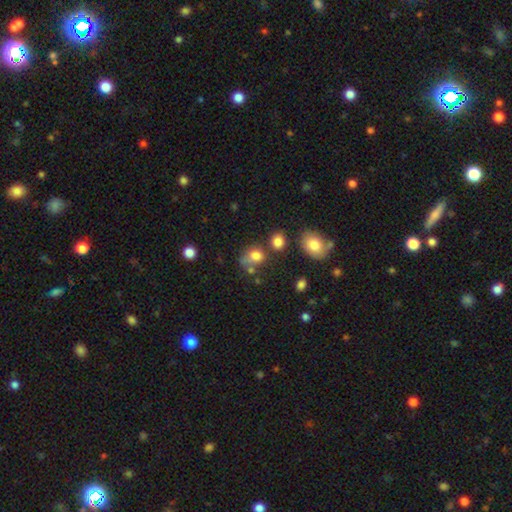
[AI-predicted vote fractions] The model was most divided on "how rounded": round: 53%, in between: 46%, cigar-shaped: 1%. Remaining: smooth or featured — smooth (76%); merging — none (44%).